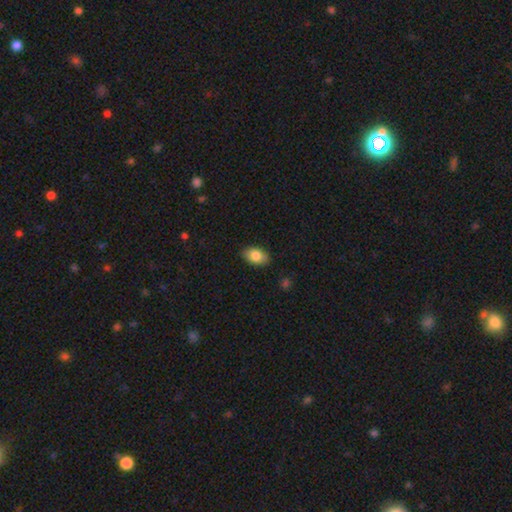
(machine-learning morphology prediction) smooth 82%, featured or disk 11%, star or artifact 7%. Down the decision tree: how rounded — in between (89%); merging — none (86%).